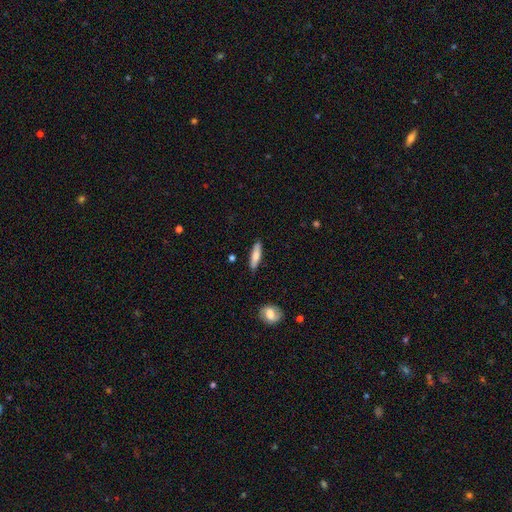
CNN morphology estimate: This appears to be a smooth galaxy with no disk features (73%) that is cigar-shaped (71%). Merging: none (87%).